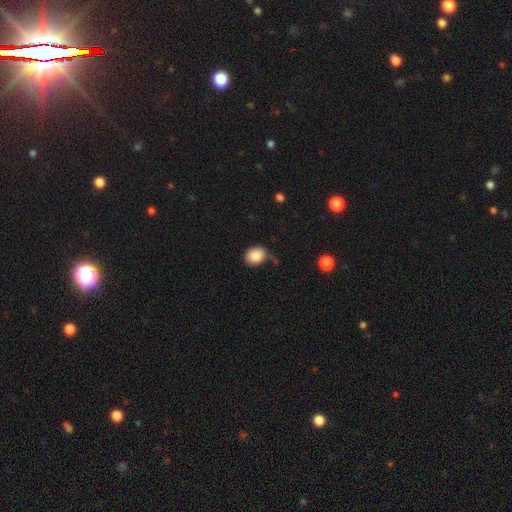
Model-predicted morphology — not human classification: This is clearly a smooth galaxy (85%). How rounded: possibly round (55%). Merging: likely none (62%).